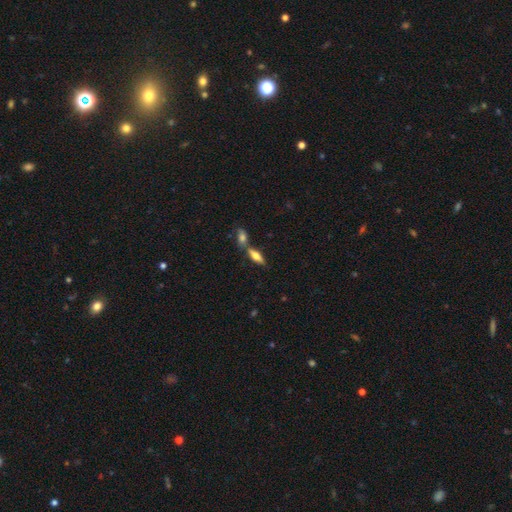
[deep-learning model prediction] smooth 55%, featured or disk 37%, star or artifact 8%. Down the decision tree: how rounded — in between (55%); merging — none (55%).